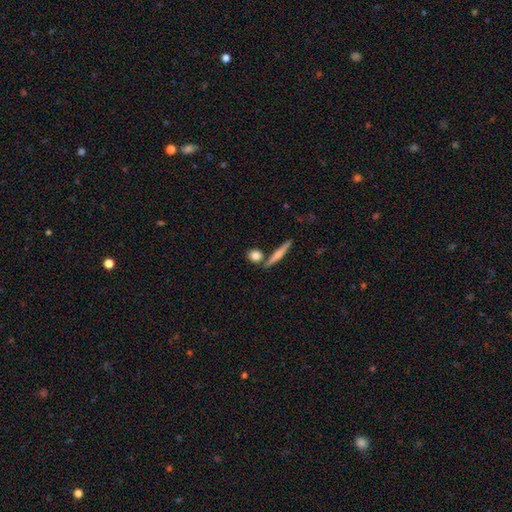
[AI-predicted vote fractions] This appears to be a smooth galaxy with no disk features (80%) that is round (70%). Merging: none (73%).